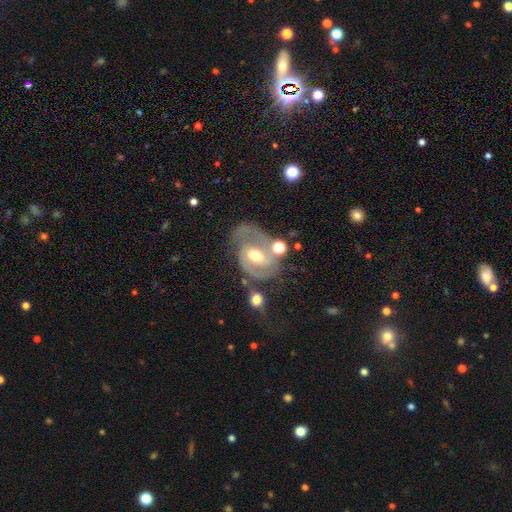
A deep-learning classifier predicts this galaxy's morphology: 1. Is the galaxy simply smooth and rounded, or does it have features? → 84% featured or disk, 10% smooth, 6% star or artifact.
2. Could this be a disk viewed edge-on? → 97% no, 3% yes.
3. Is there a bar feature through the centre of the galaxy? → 47% weak, 32% no, 21% strong.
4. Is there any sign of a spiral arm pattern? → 92% yes, 8% no.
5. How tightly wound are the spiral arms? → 48% medium, 37% tight, 15% loose.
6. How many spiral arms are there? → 77% 2, 9% can't tell, 8% 1, 4% 3, 1% 4, 1% more than 4.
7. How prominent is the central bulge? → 68% moderate, 26% small, 5% large, 1% none, 1% dominant.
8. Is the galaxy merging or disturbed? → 50% none, 21% minor disturbance, 16% major disturbance, 13% merger.